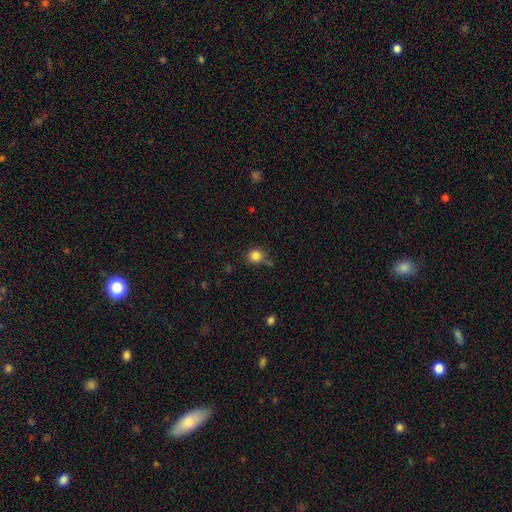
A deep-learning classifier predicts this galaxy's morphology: A smooth galaxy with no disk features (84%) that is round (89%).

Vote fractions:
- Smooth or featured? smooth: 84% / star or artifact: 11% / featured or disk: 5%
- How rounded? round: 89% / in between: 10% / cigar-shaped: 1%
- Merging? none: 72% / minor disturbance: 16% / merger: 7% / major disturbance: 4%